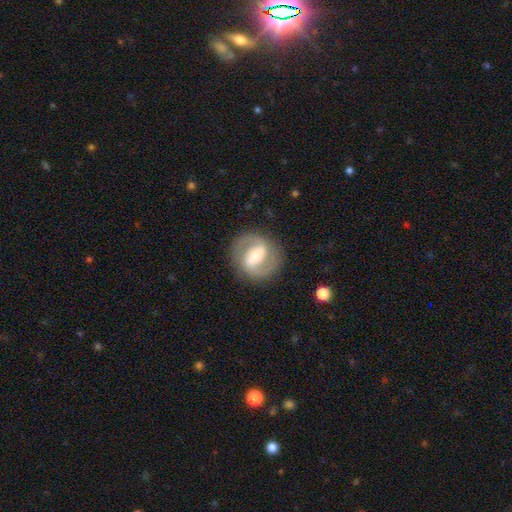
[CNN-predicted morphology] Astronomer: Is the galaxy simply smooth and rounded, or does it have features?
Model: featured or disk — 76%.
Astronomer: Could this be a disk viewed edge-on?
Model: no — 96%.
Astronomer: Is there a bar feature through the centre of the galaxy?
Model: strong — 57% (runner-up: weak, 32%).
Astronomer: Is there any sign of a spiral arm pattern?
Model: yes — 83%.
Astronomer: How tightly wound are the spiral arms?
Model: medium — 51% (runner-up: tight, 29%).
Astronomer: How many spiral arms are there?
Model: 2 — 89%.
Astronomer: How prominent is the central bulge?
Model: moderate — 53% (runner-up: small, 34%).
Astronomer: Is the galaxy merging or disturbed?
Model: none — 85%.